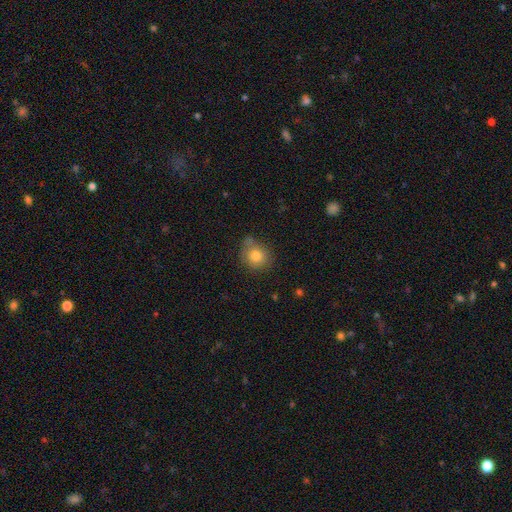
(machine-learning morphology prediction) This is likely a smooth galaxy (79%). How rounded: clearly round (83%). Merging: likely none (65%).